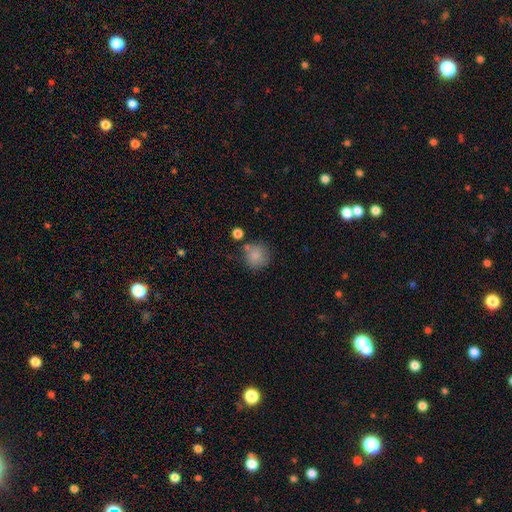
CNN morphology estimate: Smooth or featured?
  - smooth: 84% *
  - star or artifact: 9%
  - featured or disk: 7%
How rounded?
  - round: 92% *
  - in between: 7%
  - cigar-shaped: 1%
Merging?
  - none: 71% *
  - minor disturbance: 13%
  - merger: 11%
  - major disturbance: 4%